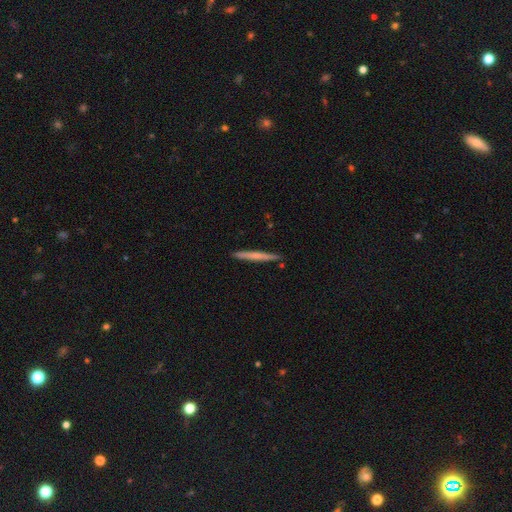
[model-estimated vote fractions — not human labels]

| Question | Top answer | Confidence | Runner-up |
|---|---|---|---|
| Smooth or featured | smooth | 53% | featured or disk (41%) |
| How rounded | cigar-shaped | 97% | in between (2%) |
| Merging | none | 90% | minor disturbance (7%) |